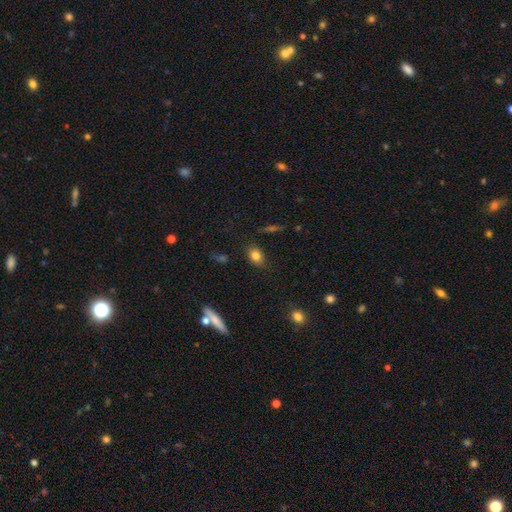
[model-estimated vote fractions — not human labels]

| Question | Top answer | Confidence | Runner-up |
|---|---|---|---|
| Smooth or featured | smooth | 81% | star or artifact (10%) |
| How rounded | in between | 68% | round (30%) |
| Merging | none | 80% | minor disturbance (15%) |